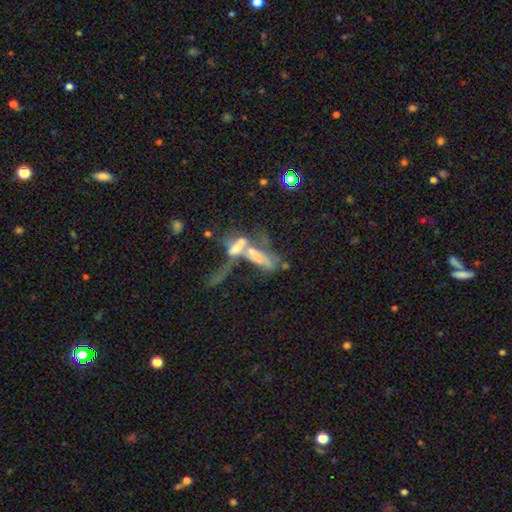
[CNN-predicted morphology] smooth-or-featured: featured or disk: 46% | smooth: 41% | star or artifact: 13%
  merging: merger: 70% | major disturbance: 17% | none: 8% | minor disturbance: 5%